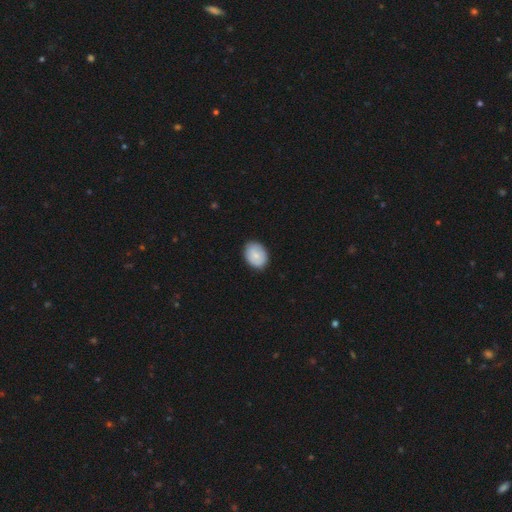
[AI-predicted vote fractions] Smooth or featured? smooth (78%)
How rounded? in between (62%)
Merging? none (86%)